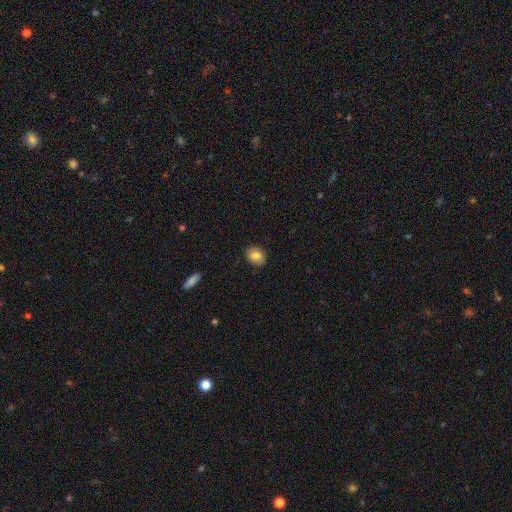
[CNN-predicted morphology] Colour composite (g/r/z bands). It shows a smooth galaxy with no disk features (83%) that is round (57%). Merging: none (89%).